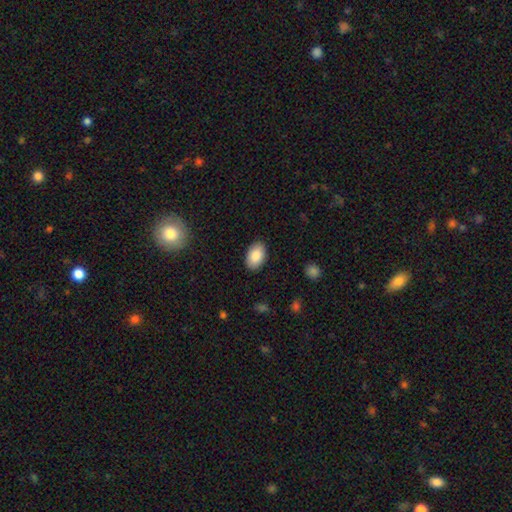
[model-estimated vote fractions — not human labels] smooth 88%, star or artifact 6%, featured or disk 6%. Down the decision tree: how rounded — in between (92%); merging — none (88%).